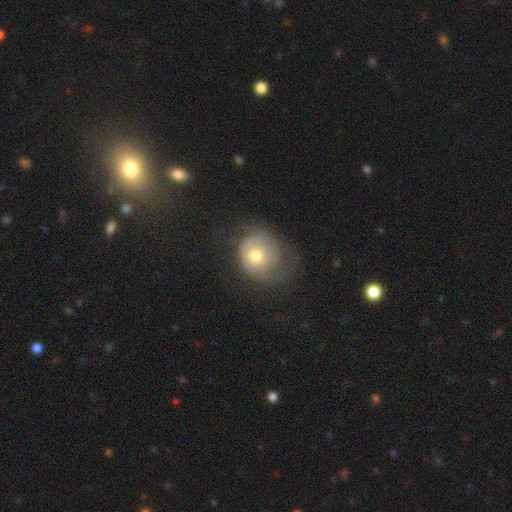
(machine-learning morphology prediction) smooth_or_featured: smooth (p=0.57) [alt: featured or disk p=0.34]
how_rounded: round (p=0.70) [alt: in between p=0.29]
merging: major disturbance (p=0.37) [alt: none p=0.34]